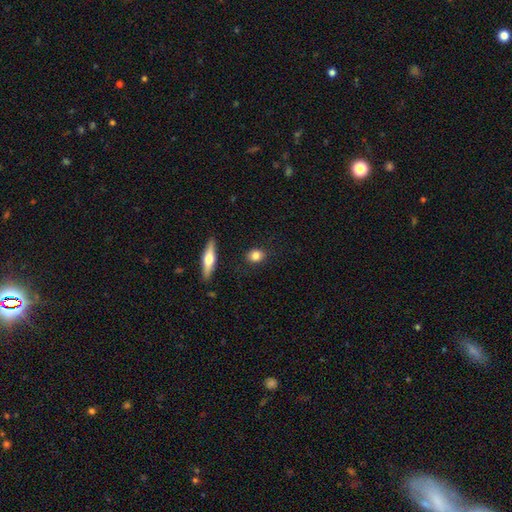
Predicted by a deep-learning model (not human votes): Overall: smooth (82%). How rounded: round (49%; in between 46%). Merging: none (86%).